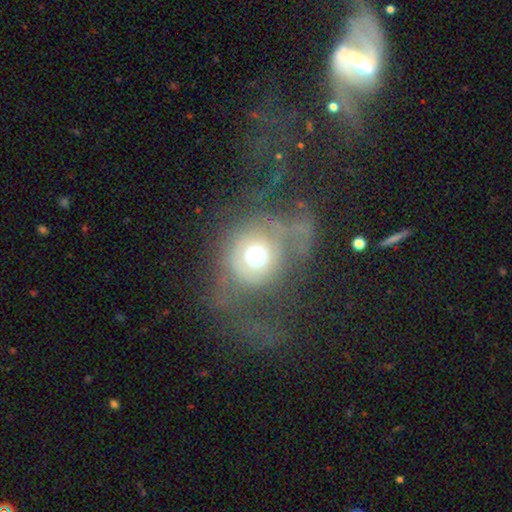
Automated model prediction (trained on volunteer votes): A smooth galaxy with no disk features (46%).

Vote fractions:
- Smooth or featured? smooth: 46% / featured or disk: 39% / star or artifact: 15%
- Merging? major disturbance: 49% / none: 33% / minor disturbance: 16% / merger: 3%